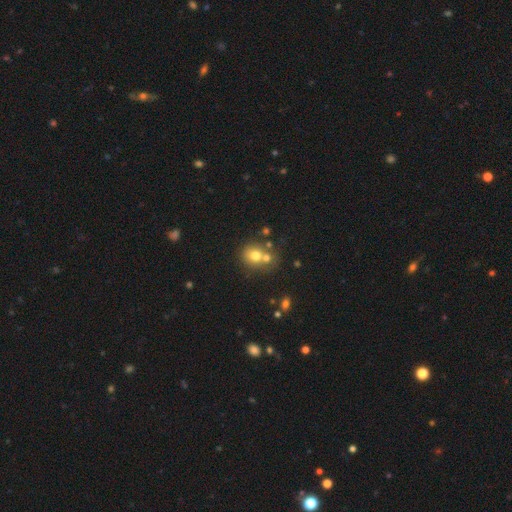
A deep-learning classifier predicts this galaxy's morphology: Smooth or featured? Predicted: smooth (p=0.69). How rounded? Predicted: round (p=0.76). Merging? Predicted: merger (p=0.44).